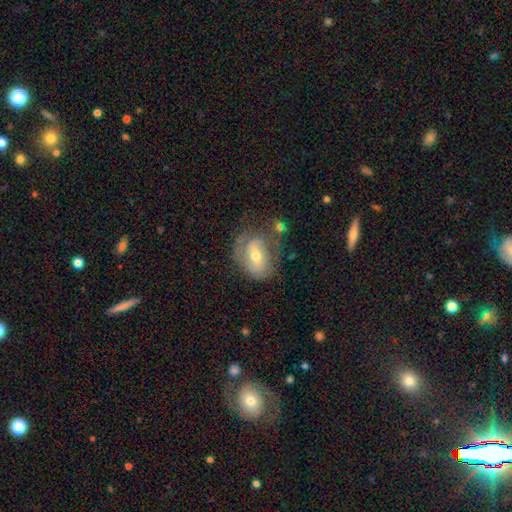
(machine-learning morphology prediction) Q: Smooth or featured?
A: featured or disk (66%); runner-up: smooth (24%)
Q: Edge-on disk?
A: no (93%); runner-up: yes (7%)
Q: Bar?
A: weak (40%); runner-up: strong (31%)
Q: Spiral arms?
A: yes (71%); runner-up: no (29%)
Q: Bulge size?
A: moderate (63%); runner-up: small (32%)
Q: Merging?
A: none (56%); runner-up: minor disturbance (24%)